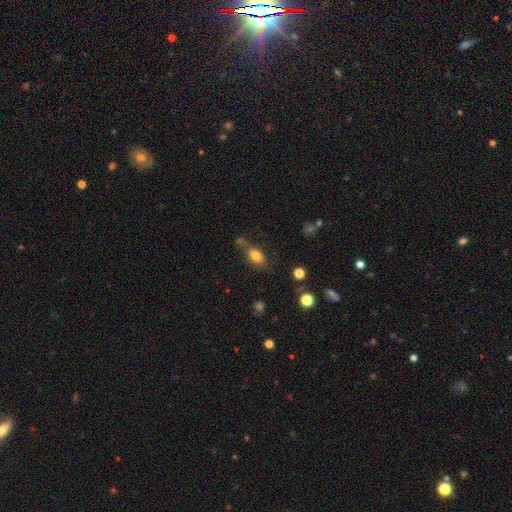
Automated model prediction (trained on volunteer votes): A smooth galaxy with no disk features (79%) that is in between round and cigar-shaped (79%).

Vote fractions:
- Smooth or featured? smooth: 79% / star or artifact: 11% / featured or disk: 10%
- How rounded? in between: 79% / round: 18% / cigar-shaped: 3%
- Merging? none: 64% / minor disturbance: 19% / merger: 11% / major disturbance: 6%